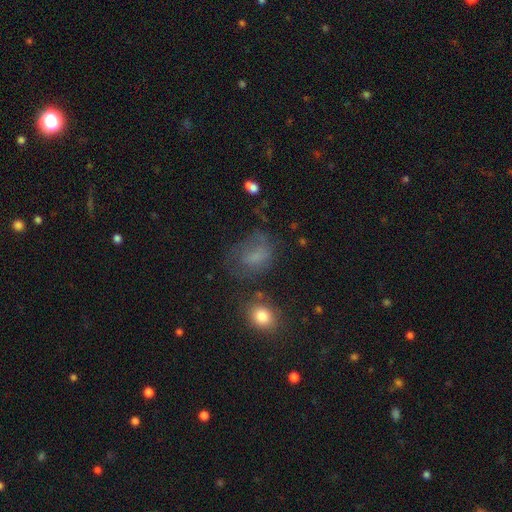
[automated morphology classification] type=smooth (55%); roundness=in between (68%); merging=none (45%).